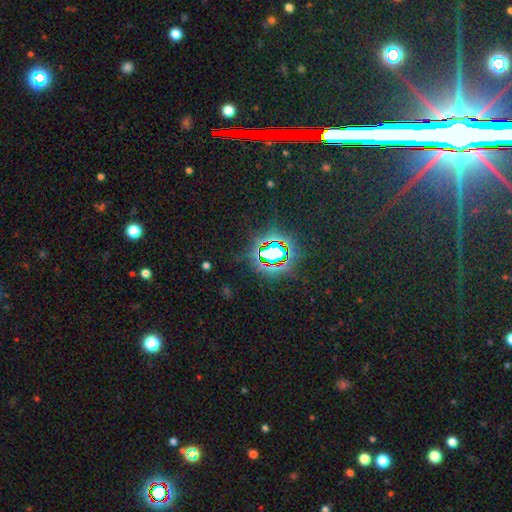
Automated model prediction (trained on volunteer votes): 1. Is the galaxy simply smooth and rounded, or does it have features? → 78% star or artifact, 13% smooth, 9% featured or disk.